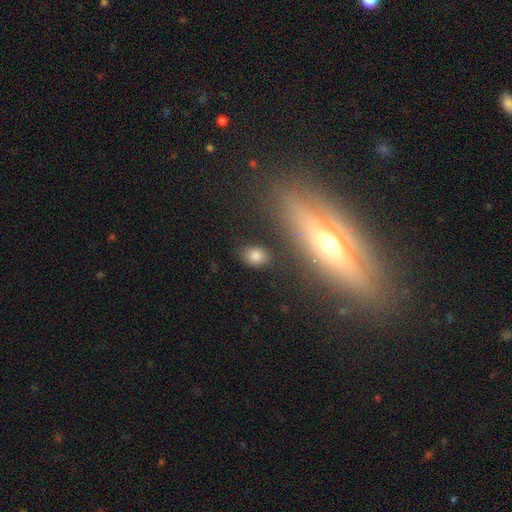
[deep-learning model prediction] Morphology: type=smooth (81%); roundness=in between (68%); merging=none (83%).